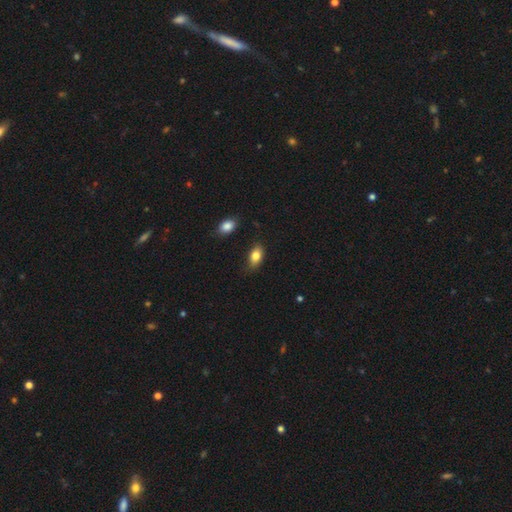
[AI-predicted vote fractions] Smooth or featured? smooth (83%)
How rounded? in between (87%)
Merging? none (74%)